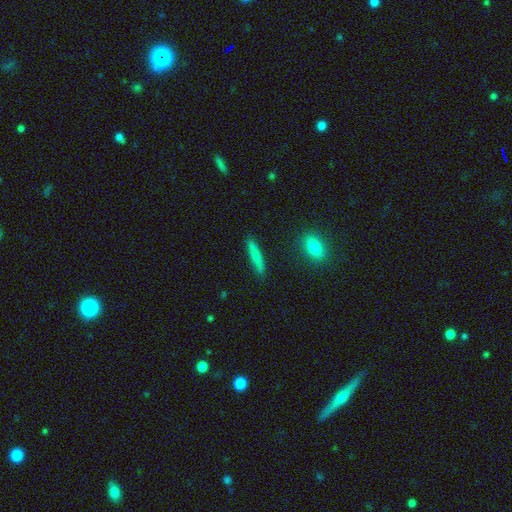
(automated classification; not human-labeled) Smooth or featured: smooth — 77% (featured or disk — 16%)
How rounded: cigar-shaped — 90% (in between — 8%)
Merging: none — 87% (minor disturbance — 9%)